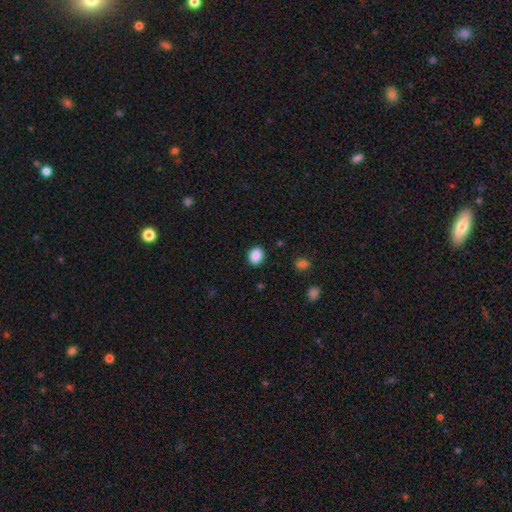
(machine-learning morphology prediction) This appears to be a smooth galaxy with no disk features (89%) that is round (54%). Merging: none (89%).